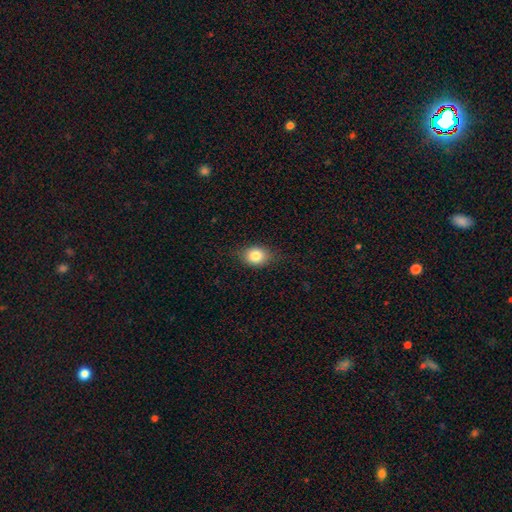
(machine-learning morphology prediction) Smooth or featured: smooth — 82% (star or artifact — 10%)
How rounded: in between — 55% (round — 44%)
Merging: none — 79% (minor disturbance — 16%)